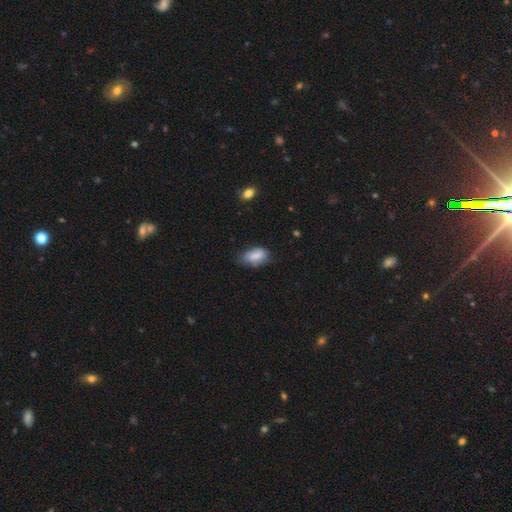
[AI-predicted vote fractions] smooth 78%, featured or disk 14%, star or artifact 7%. Down the decision tree: how rounded — in between (92%); merging — none (51%).